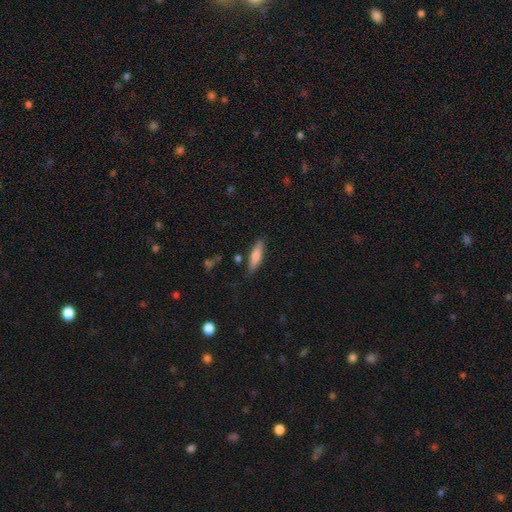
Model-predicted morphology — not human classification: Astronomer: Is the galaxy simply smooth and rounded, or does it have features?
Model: smooth — 69%.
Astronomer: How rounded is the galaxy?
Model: cigar-shaped — 67%.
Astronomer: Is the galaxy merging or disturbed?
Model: none — 82%.